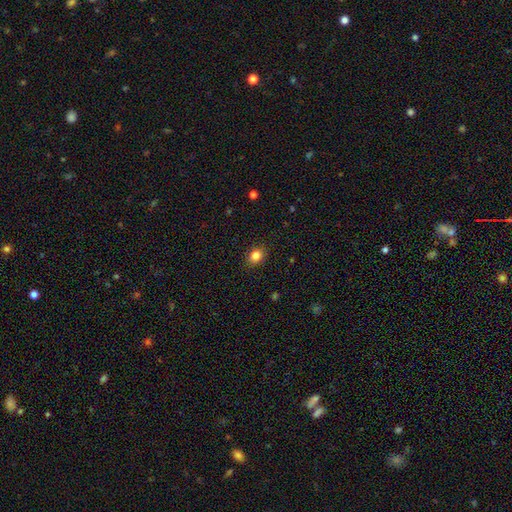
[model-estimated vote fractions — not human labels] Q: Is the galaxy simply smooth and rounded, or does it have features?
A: smooth — 84%.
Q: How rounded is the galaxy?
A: in between — 50%.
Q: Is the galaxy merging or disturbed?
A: none — 89%.